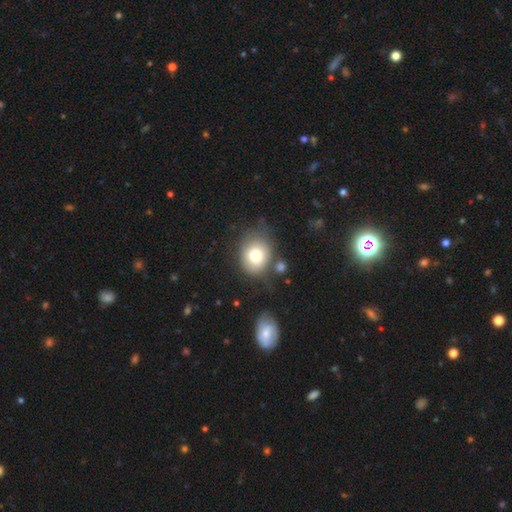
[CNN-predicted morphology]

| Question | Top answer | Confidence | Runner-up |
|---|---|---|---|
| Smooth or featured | smooth | 76% | featured or disk (15%) |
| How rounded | round | 62% | in between (37%) |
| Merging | none | 62% | minor disturbance (21%) |